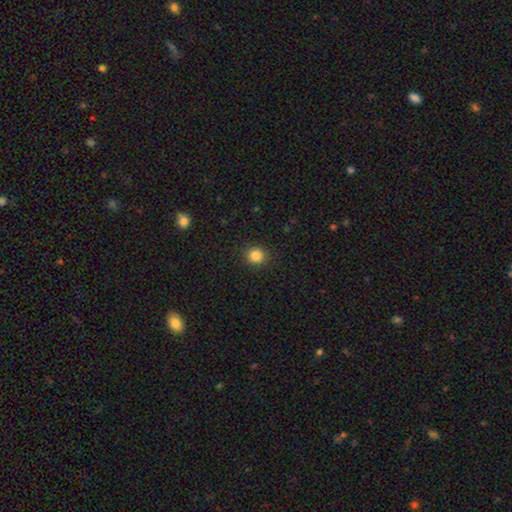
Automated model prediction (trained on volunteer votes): Smooth or featured: smooth — 84% (star or artifact — 11%)
How rounded: round — 88% (in between — 11%)
Merging: none — 91% (minor disturbance — 6%)